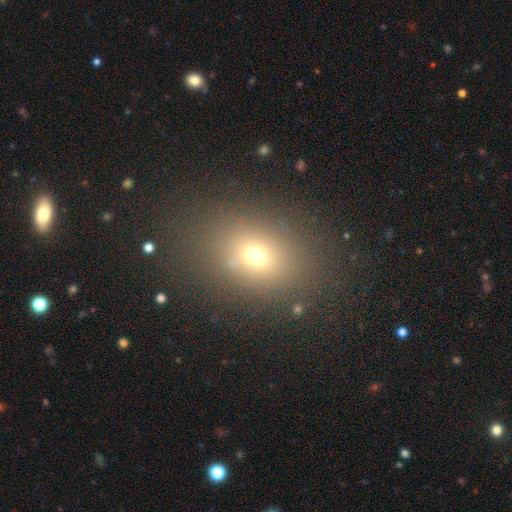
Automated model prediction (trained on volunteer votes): Smooth or featured? smooth (66%)
How rounded? in between (62%)
Merging? none (82%)